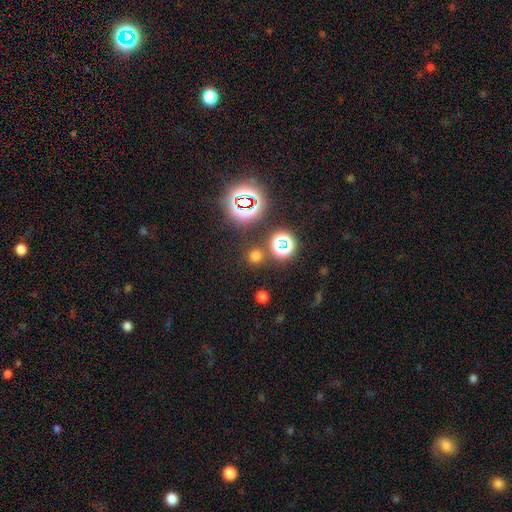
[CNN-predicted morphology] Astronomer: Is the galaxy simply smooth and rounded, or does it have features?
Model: smooth — 62%.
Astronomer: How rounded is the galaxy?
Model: round — 91%.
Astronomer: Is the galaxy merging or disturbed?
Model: none — 84%.